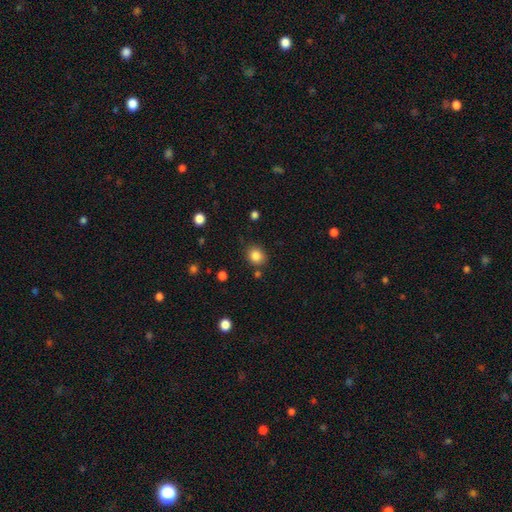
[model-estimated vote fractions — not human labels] Smooth or featured?
  - smooth: 84% *
  - star or artifact: 11%
  - featured or disk: 5%
How rounded?
  - round: 70% *
  - in between: 29%
  - cigar-shaped: 1%
Merging?
  - none: 81% *
  - minor disturbance: 12%
  - merger: 4%
  - major disturbance: 3%